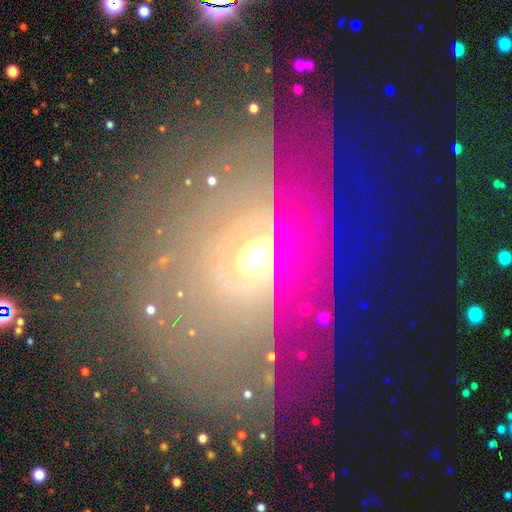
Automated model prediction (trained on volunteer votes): featured or disk 57%, star or artifact 22%, smooth 22%. Down the decision tree: edge-on disk — no (88%); merging — none (42%).